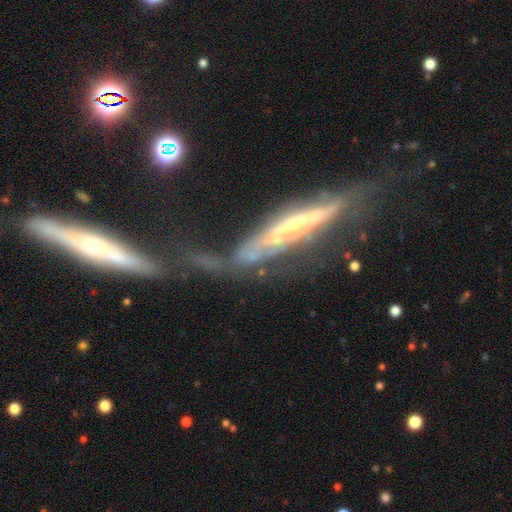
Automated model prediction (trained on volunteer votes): Smooth or featured? Predicted: featured or disk (p=0.72). Edge-on disk? Predicted: yes (p=0.77). Edge-on bulge? Predicted: none (p=0.53). Merging? Predicted: major disturbance (p=0.32).